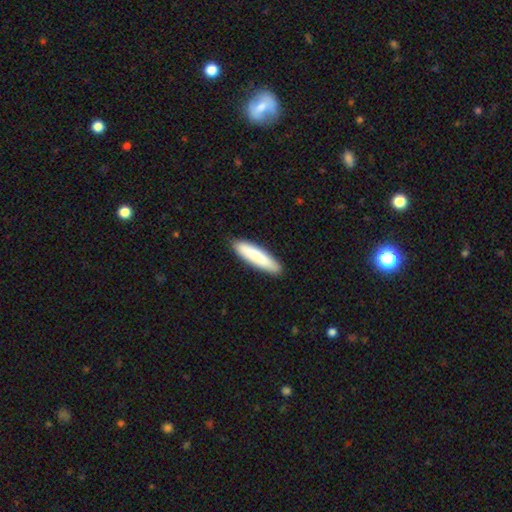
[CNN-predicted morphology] A smooth galaxy with no disk features (83%) that is cigar-shaped (78%). Merging: none (89%).